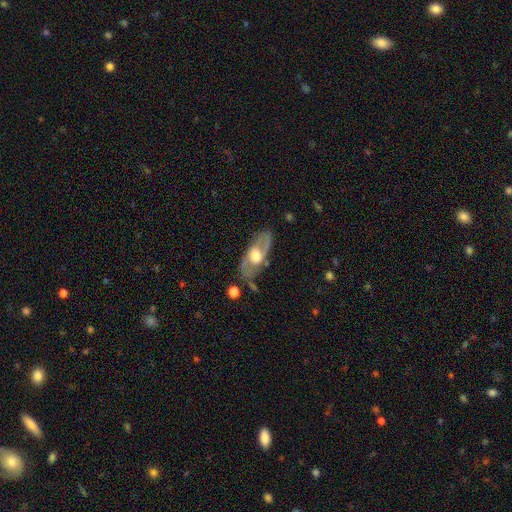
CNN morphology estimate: Smooth or featured? featured or disk (71%)
Edge-on disk? no (80%)
Bar? no (66%)
Spiral arms? yes (61%)
Bulge size? moderate (51%)
Merging? none (73%)